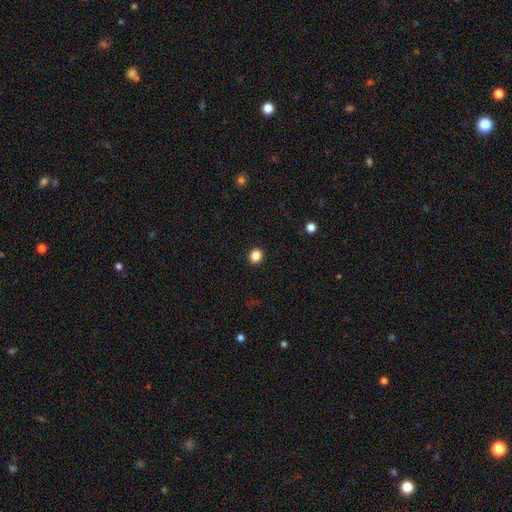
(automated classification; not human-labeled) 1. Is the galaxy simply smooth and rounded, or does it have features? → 86% smooth, 11% star or artifact, 3% featured or disk.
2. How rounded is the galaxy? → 78% round, 21% in between, 1% cigar-shaped.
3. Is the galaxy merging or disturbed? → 92% none, 5% minor disturbance, 2% major disturbance, 1% merger.